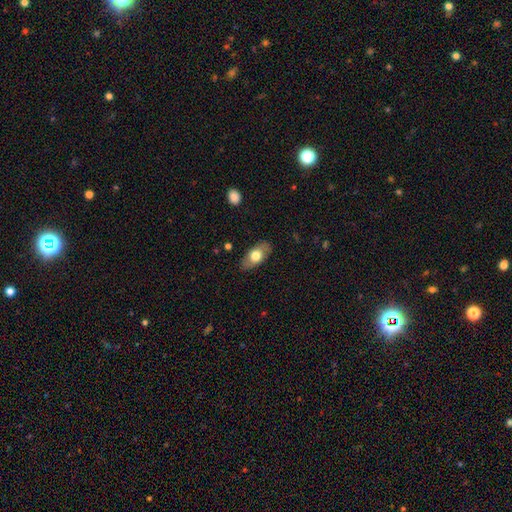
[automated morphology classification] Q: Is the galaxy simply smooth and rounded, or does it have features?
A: smooth — 66%.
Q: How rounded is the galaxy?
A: in between — 89%.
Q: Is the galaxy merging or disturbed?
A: none — 83%.